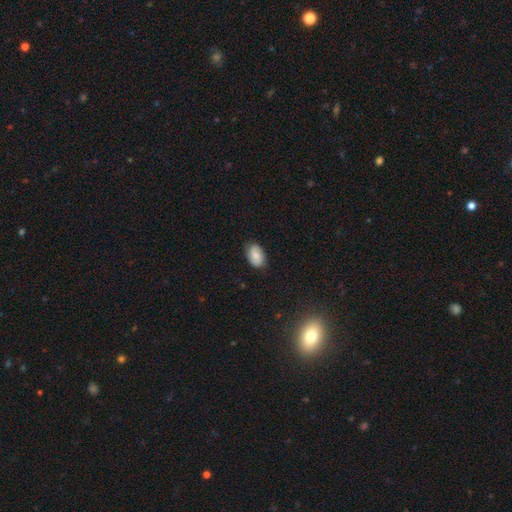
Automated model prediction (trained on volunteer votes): Smooth or featured? Predicted: smooth (p=0.80). How rounded? Predicted: in between (p=0.90). Merging? Predicted: none (p=0.79).